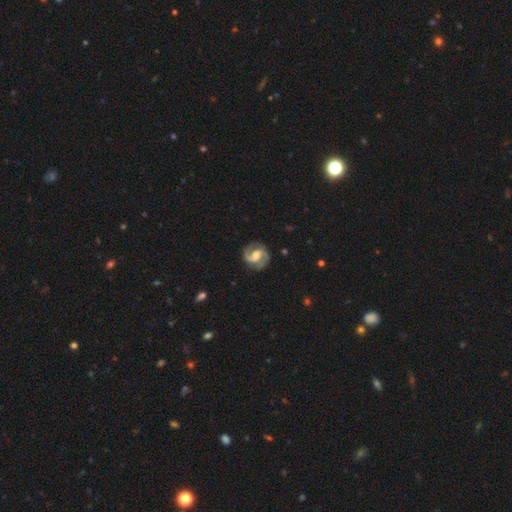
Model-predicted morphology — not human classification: smooth-or-featured: featured or disk: 88% | smooth: 8% | star or artifact: 4%
  disk-edge-on: no: 98% | yes: 2%
    bar: weak: 50% | strong: 25% | no: 24%
    has-spiral-arms: yes: 97% | no: 3%
      spiral-winding: medium: 56% | tight: 23% | loose: 20%
      spiral-arm-count: 2: 93% | can't tell: 2% | 1: 2% | 3: 2% | 4: 1% | more than 4: 1%
    bulge-size: moderate: 61% | small: 21% | large: 12% | none: 5% | dominant: 1%
  merging: none: 84% | minor disturbance: 12% | major disturbance: 4% | merger: 1%